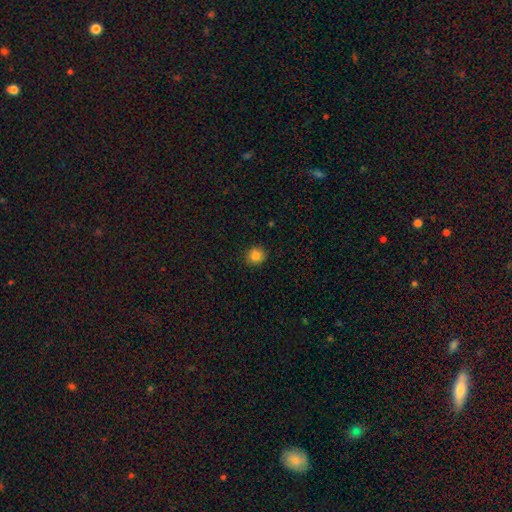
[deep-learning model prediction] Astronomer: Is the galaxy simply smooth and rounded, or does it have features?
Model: smooth — 84%.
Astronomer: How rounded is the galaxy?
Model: round — 88%.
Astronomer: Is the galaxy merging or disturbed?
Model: none — 90%.